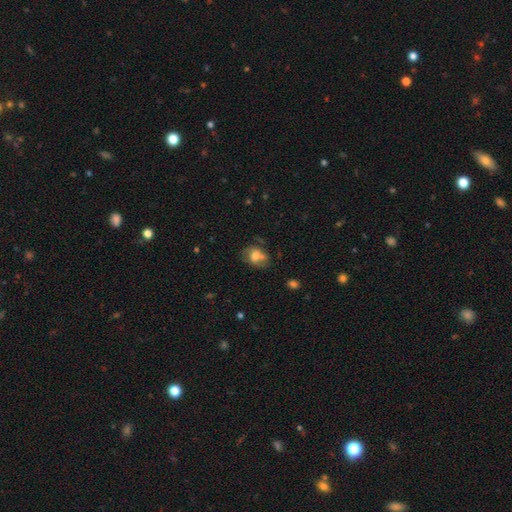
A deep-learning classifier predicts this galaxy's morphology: Smooth or featured: smooth — 56% (featured or disk — 33%)
How rounded: in between — 60% (round — 39%)
Merging: none — 44% (minor disturbance — 25%)